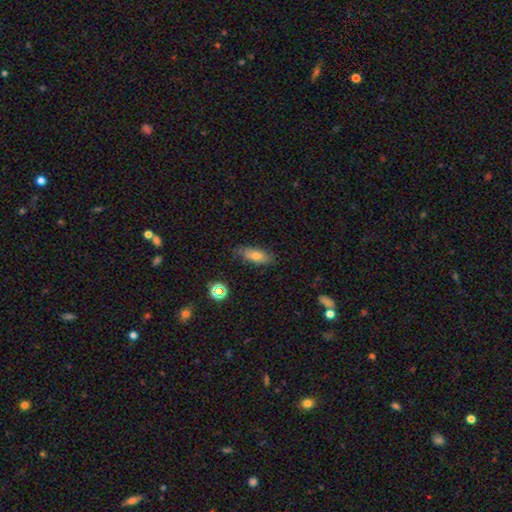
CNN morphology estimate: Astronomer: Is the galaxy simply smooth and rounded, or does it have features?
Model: smooth — 68%.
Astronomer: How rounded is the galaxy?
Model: in between — 75%.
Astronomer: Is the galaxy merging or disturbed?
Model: none — 75%.